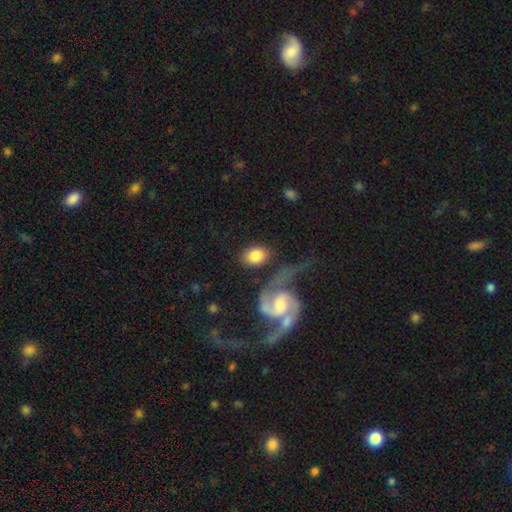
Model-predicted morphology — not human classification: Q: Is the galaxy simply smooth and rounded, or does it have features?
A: smooth — 74%.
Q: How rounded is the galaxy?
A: in between — 78%.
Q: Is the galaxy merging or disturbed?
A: none — 64%.